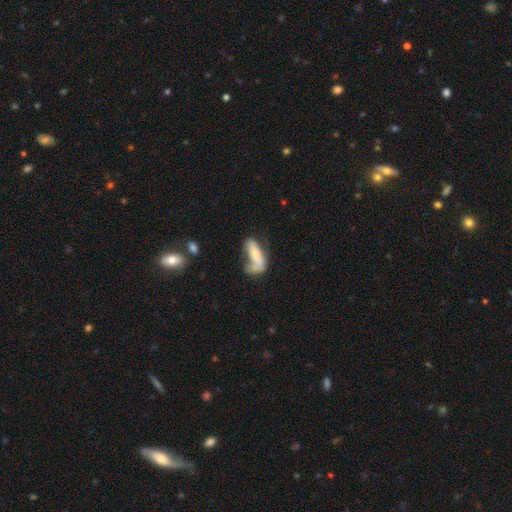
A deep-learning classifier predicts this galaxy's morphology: Q: Smooth or featured?
A: smooth (61%); runner-up: featured or disk (32%)
Q: How rounded?
A: in between (67%); runner-up: cigar-shaped (30%)
Q: Merging?
A: major disturbance (34%); runner-up: none (25%)